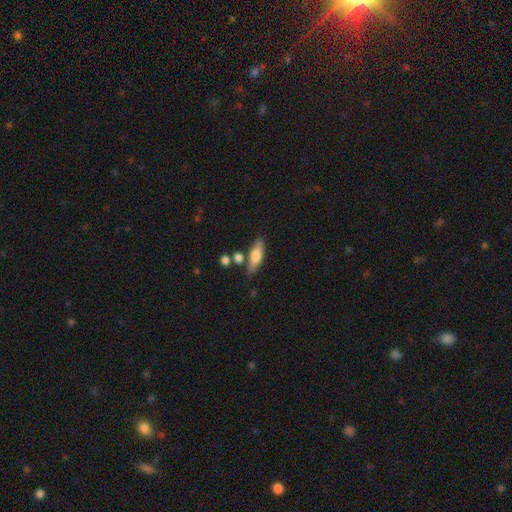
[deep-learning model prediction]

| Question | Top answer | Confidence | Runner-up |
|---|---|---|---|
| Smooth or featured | smooth | 62% | featured or disk (32%) |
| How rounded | cigar-shaped | 50% | in between (47%) |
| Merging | none | 75% | minor disturbance (13%) |